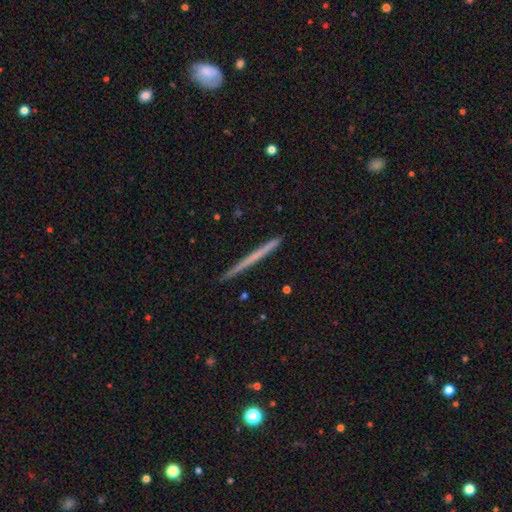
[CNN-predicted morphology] This appears to be a featured or disk galaxy (48%). Merging: none (92%).